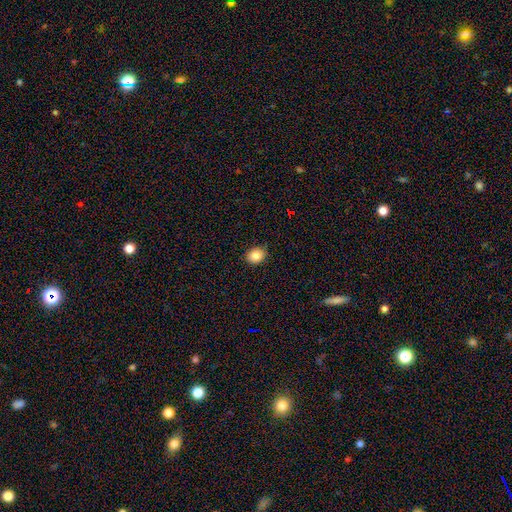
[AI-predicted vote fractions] Smooth or featured? Predicted: smooth (p=0.86). How rounded? Predicted: round (p=0.61). Merging? Predicted: none (p=0.83).